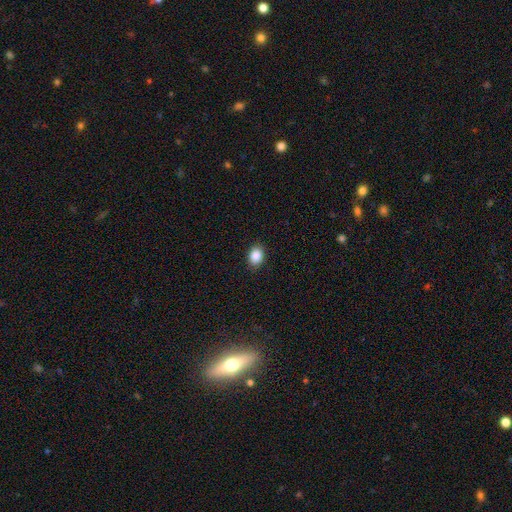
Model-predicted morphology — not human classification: smooth_or_featured: smooth (p=0.88) [alt: star or artifact p=0.08]
how_rounded: in between (p=0.67) [alt: round p=0.32]
merging: none (p=0.88) [alt: minor disturbance p=0.09]